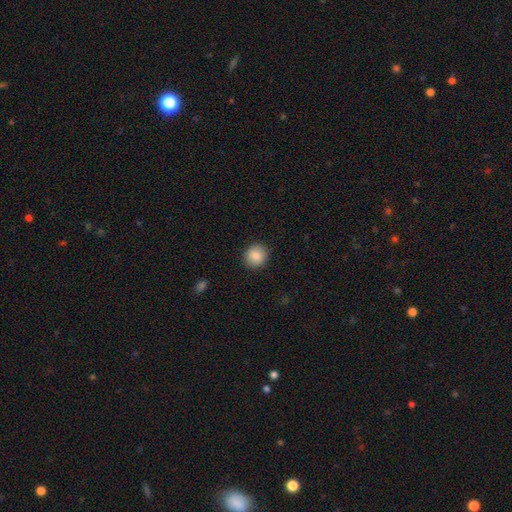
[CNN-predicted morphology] A smooth galaxy with no disk features (88%) that is round (89%).

Vote fractions:
- Smooth or featured? smooth: 88% / star or artifact: 8% / featured or disk: 4%
- How rounded? round: 89% / in between: 10% / cigar-shaped: 1%
- Merging? none: 91% / minor disturbance: 6% / major disturbance: 2% / merger: 1%